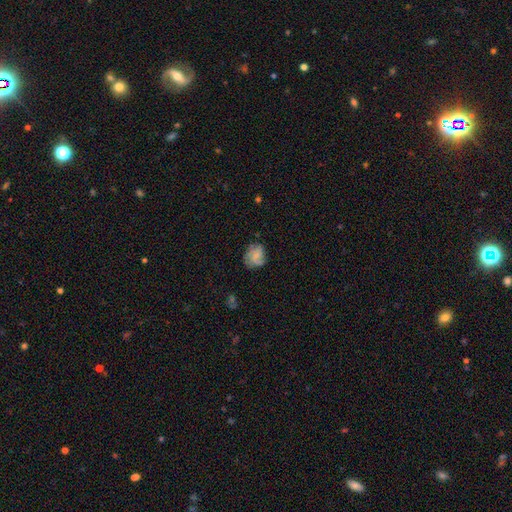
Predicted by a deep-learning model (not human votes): This appears to be a smooth galaxy with no disk features (48%). Merging: none (61%).